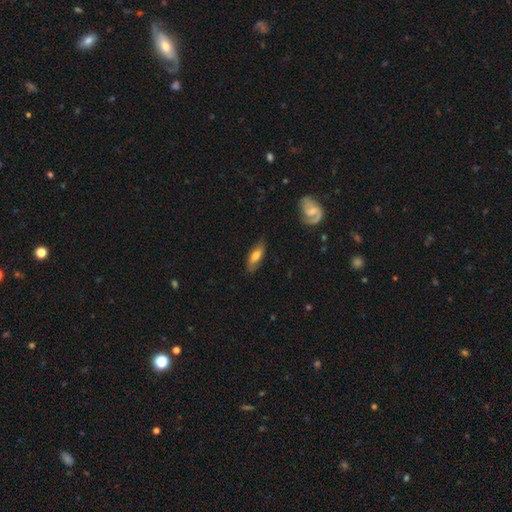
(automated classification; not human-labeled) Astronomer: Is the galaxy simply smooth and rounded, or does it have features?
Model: smooth — 61%.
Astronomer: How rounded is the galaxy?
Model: in between — 69%.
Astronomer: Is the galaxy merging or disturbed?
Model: none — 77%.